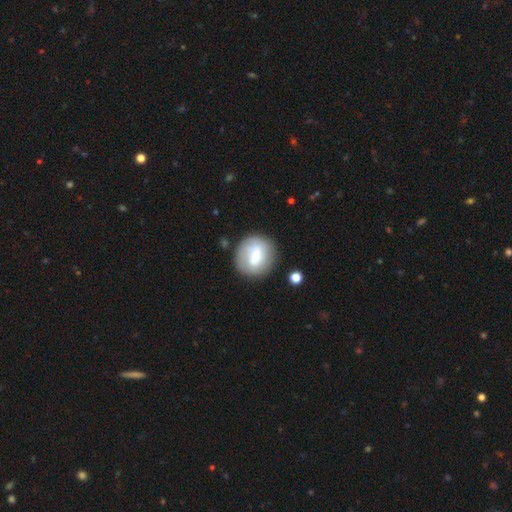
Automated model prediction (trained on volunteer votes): smooth 53%, featured or disk 40%, star or artifact 7%. Down the decision tree: how rounded — round (85%); merging — none (74%).